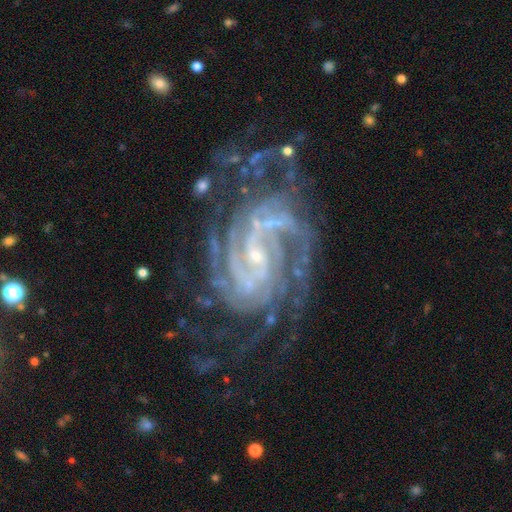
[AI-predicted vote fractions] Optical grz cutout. It shows a featured or disk galaxy (93%) with a weak bar (42%), 2 (22%) tight (62%) spiral arms (99%) and a small central bulge (80%). Merging: none (66%).